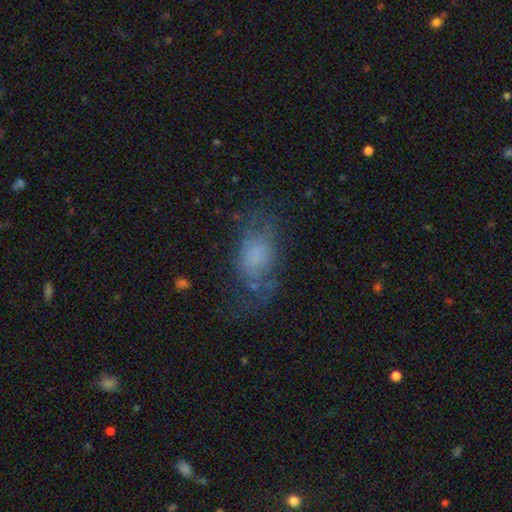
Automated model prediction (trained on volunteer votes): This is possibly a smooth galaxy (56%). How rounded: clearly in between (85%). Merging: possibly none (49%).